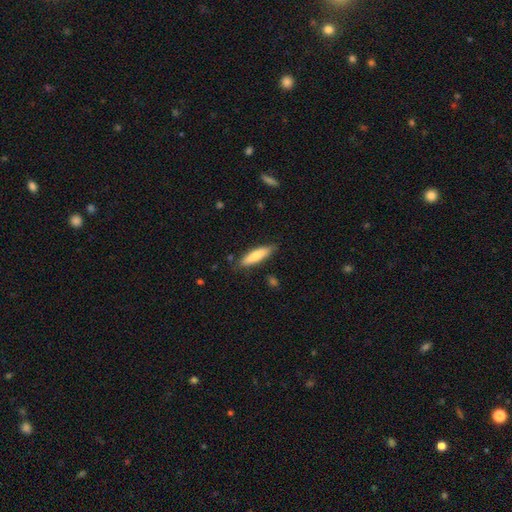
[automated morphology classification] smooth_or_featured: smooth (p=0.77) [alt: featured or disk p=0.17]
how_rounded: cigar-shaped (p=0.72) [alt: in between p=0.27]
merging: none (p=0.84) [alt: minor disturbance p=0.12]